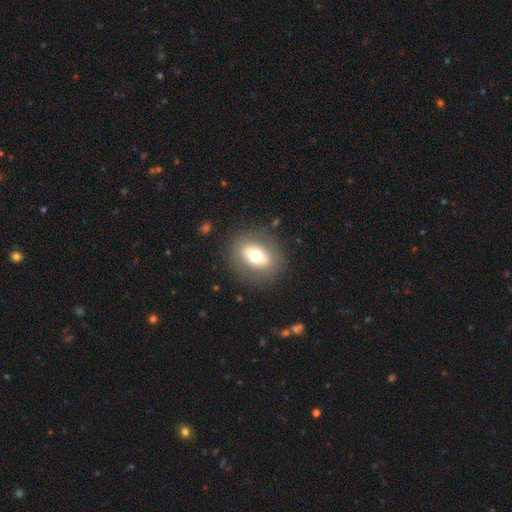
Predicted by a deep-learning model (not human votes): Morphology: type=smooth (62%); roundness=in between (53%); merging=none (84%).